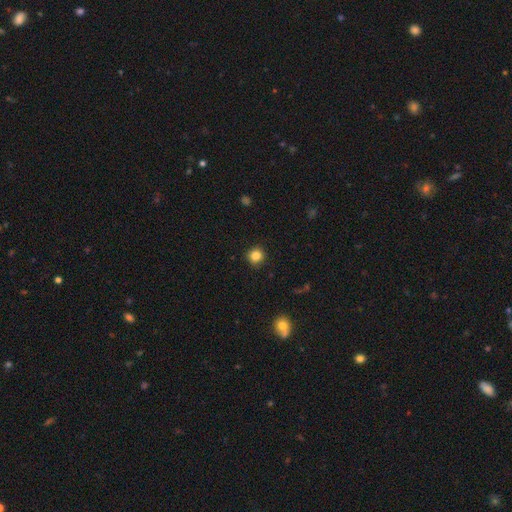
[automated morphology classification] smooth_or_featured: smooth (p=0.85) [alt: star or artifact p=0.11]
how_rounded: round (p=0.91) [alt: in between p=0.08]
merging: none (p=0.89) [alt: minor disturbance p=0.08]